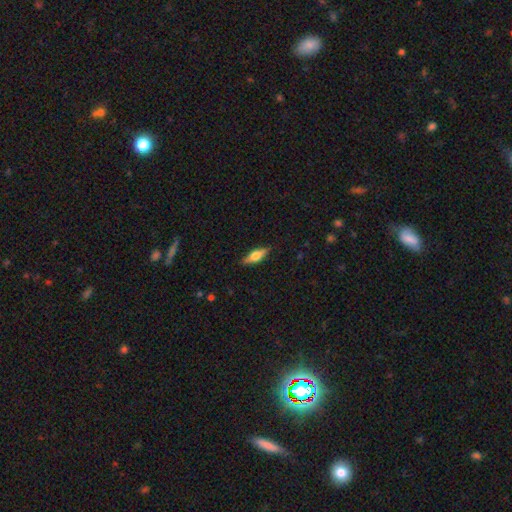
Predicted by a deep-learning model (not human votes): Morphology: type=smooth (48%); merging=none (86%).